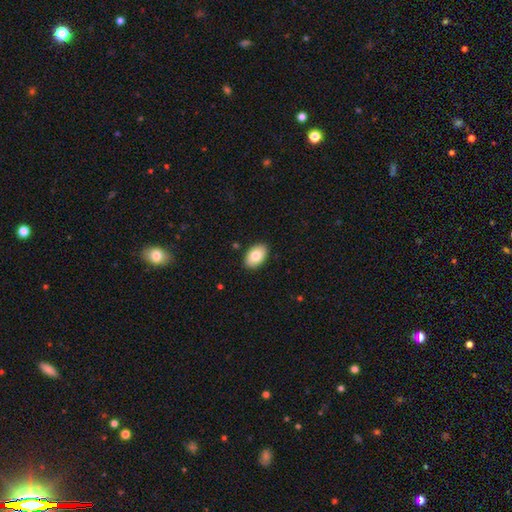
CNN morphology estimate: Smooth or featured?
  - smooth: 81% *
  - featured or disk: 12%
  - star or artifact: 6%
How rounded?
  - in between: 92% *
  - round: 7%
  - cigar-shaped: 1%
Merging?
  - none: 89% *
  - minor disturbance: 8%
  - major disturbance: 2%
  - merger: 1%